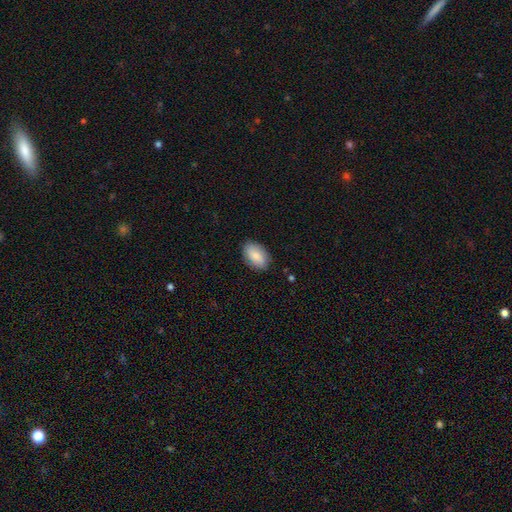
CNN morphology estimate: smooth-or-featured: smooth: 80% | featured or disk: 13% | star or artifact: 6%
  how-rounded: in between: 91% | round: 8% | cigar-shaped: 1%
  merging: none: 85% | minor disturbance: 12% | major disturbance: 2% | merger: 1%